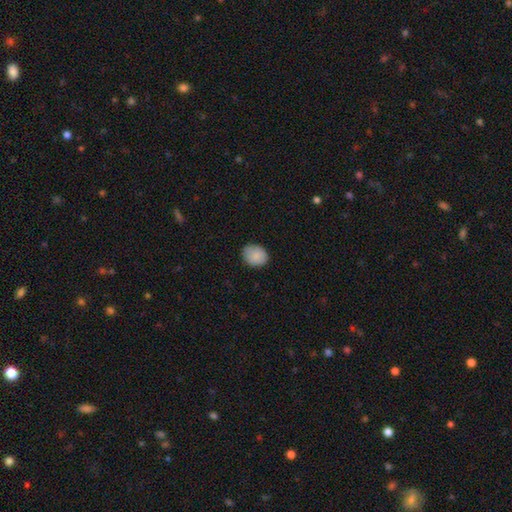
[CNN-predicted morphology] smooth-or-featured: smooth: 86% | star or artifact: 7% | featured or disk: 6%
  how-rounded: round: 53% | in between: 46% | cigar-shaped: 1%
  merging: none: 81% | minor disturbance: 16% | major disturbance: 3% | merger: 1%